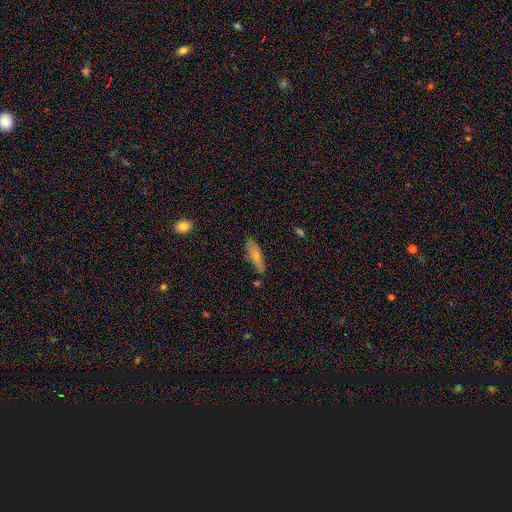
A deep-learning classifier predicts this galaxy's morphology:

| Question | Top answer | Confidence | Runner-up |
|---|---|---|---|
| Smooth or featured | smooth | 72% | featured or disk (21%) |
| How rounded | cigar-shaped | 56% | in between (42%) |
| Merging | none | 75% | minor disturbance (18%) |